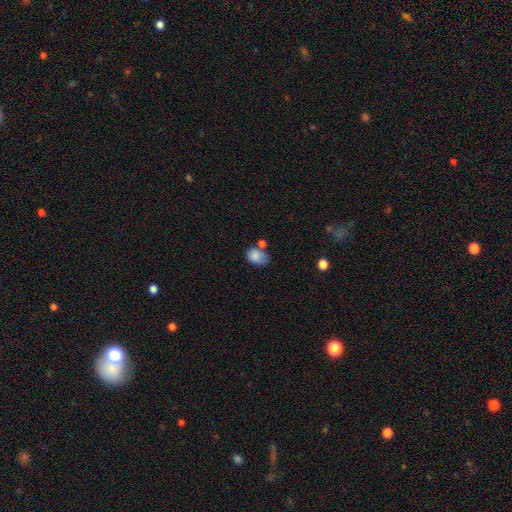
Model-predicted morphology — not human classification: Smooth or featured?
  - smooth: 81% *
  - featured or disk: 10%
  - star or artifact: 9%
How rounded?
  - in between: 74% *
  - round: 25%
  - cigar-shaped: 1%
Merging?
  - none: 39% *
  - minor disturbance: 28%
  - merger: 21%
  - major disturbance: 12%